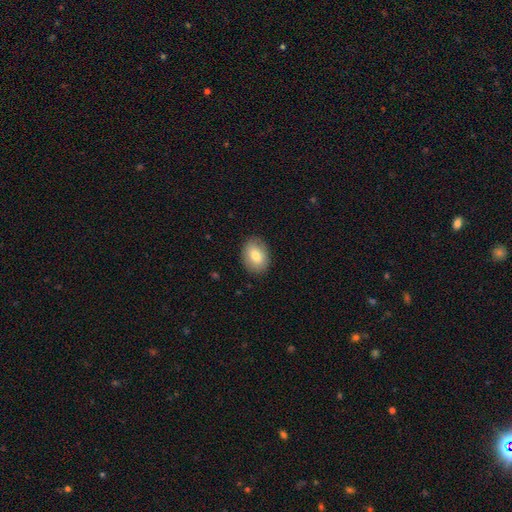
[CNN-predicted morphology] Smooth or featured? smooth (76%)
How rounded? in between (73%)
Merging? none (86%)